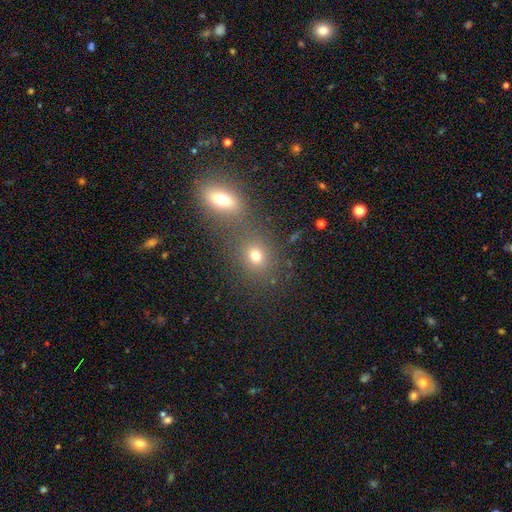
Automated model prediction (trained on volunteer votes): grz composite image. It shows a smooth galaxy with no disk features (72%) that is round (69%). Merging: none (55%).